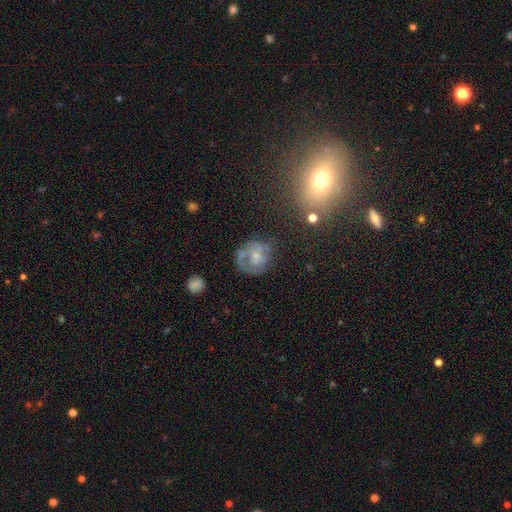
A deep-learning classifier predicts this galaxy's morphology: This is possibly a featured or disk galaxy (50%). It is clearly not viewed edge-on (97%). Merging: possibly none (48%).